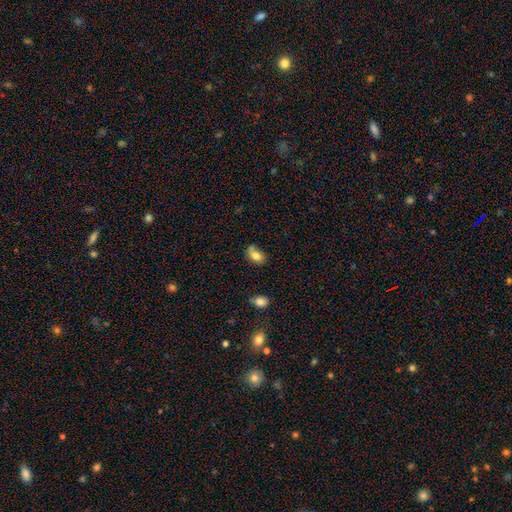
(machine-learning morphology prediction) Q: Smooth or featured?
A: smooth (79%); runner-up: featured or disk (12%)
Q: How rounded?
A: in between (75%); runner-up: round (23%)
Q: Merging?
A: none (46%); runner-up: minor disturbance (28%)